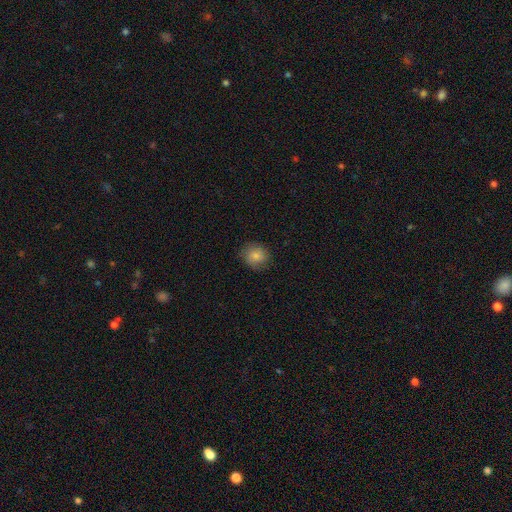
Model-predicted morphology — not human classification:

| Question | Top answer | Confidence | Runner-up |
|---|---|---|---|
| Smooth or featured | smooth | 81% | featured or disk (10%) |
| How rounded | round | 80% | in between (19%) |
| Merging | none | 80% | minor disturbance (15%) |